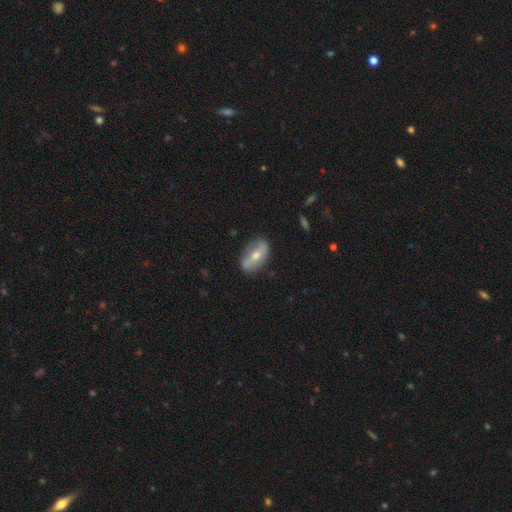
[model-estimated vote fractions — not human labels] This appears to be a smooth galaxy with no disk features (47%). Merging: none (77%).